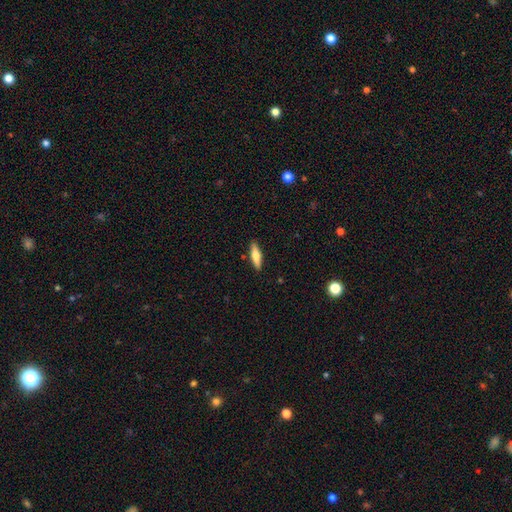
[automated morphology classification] smooth-or-featured: smooth: 63% | featured or disk: 31% | star or artifact: 6%
  how-rounded: cigar-shaped: 63% | in between: 35% | round: 2%
  merging: none: 89% | minor disturbance: 8% | major disturbance: 2% | merger: 1%